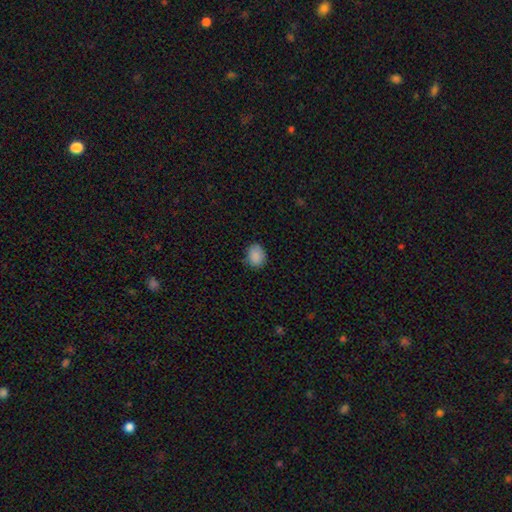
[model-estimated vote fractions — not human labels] smooth_or_featured: smooth (p=0.88) [alt: star or artifact p=0.08]
how_rounded: round (p=0.53) [alt: in between p=0.46]
merging: none (p=0.77) [alt: minor disturbance p=0.19]